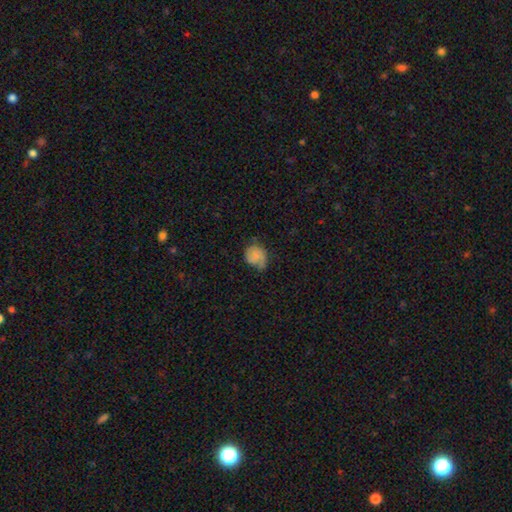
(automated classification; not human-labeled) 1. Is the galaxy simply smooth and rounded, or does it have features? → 67% smooth, 24% featured or disk, 9% star or artifact.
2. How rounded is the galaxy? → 58% round, 41% in between, 1% cigar-shaped.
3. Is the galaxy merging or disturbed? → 44% none, 38% minor disturbance, 15% major disturbance, 2% merger.